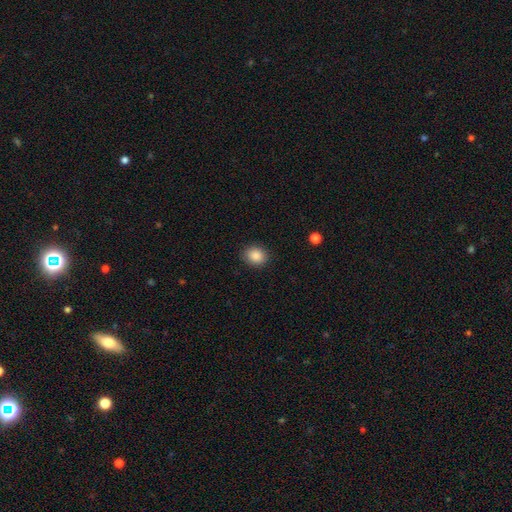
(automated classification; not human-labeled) A smooth galaxy with no disk features (88%) that is round (63%). Merging: none (89%).